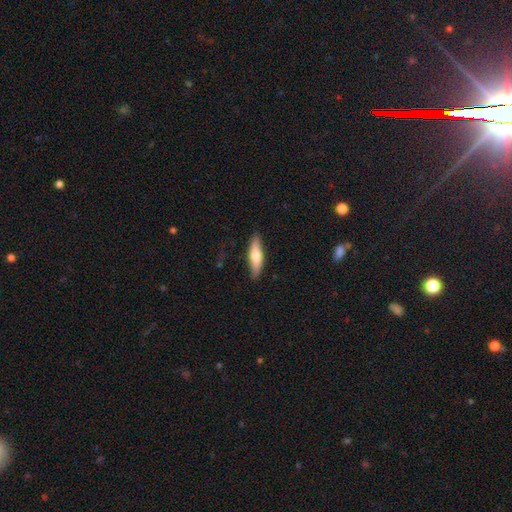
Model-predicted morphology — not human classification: Smooth or featured: smooth — 67% (featured or disk — 27%)
How rounded: cigar-shaped — 65% (in between — 33%)
Merging: none — 84% (minor disturbance — 13%)